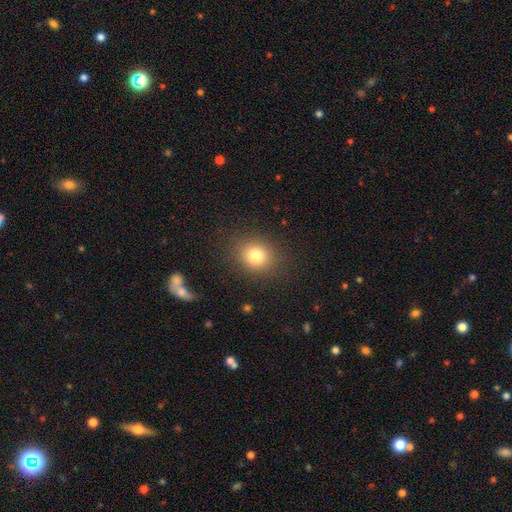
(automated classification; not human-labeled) The model was most divided on "how rounded": round: 72%, in between: 27%, cigar-shaped: 1%. More confident: merging — none (86%); smooth or featured — smooth (78%).